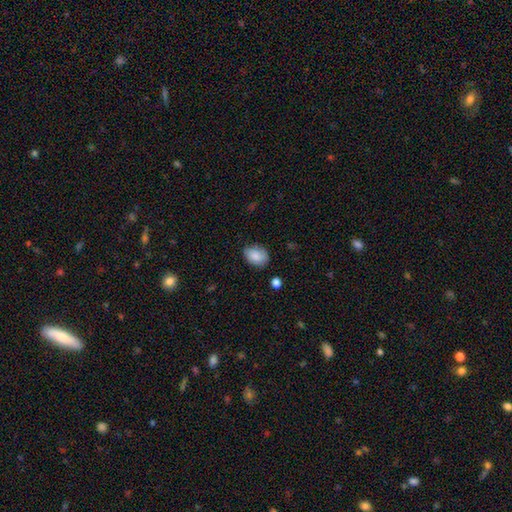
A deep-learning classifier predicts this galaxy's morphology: Smooth or featured: smooth — 84% (featured or disk — 9%)
How rounded: in between — 72% (round — 27%)
Merging: none — 68% (minor disturbance — 25%)